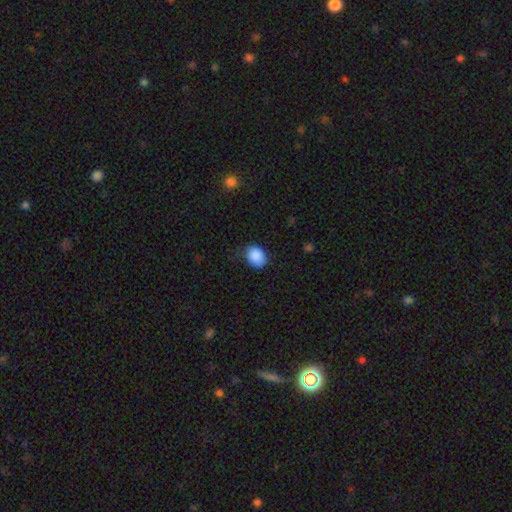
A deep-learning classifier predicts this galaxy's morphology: This appears to be a smooth galaxy with no disk features (88%) that is in between round and cigar-shaped (57%). Merging: none (71%).